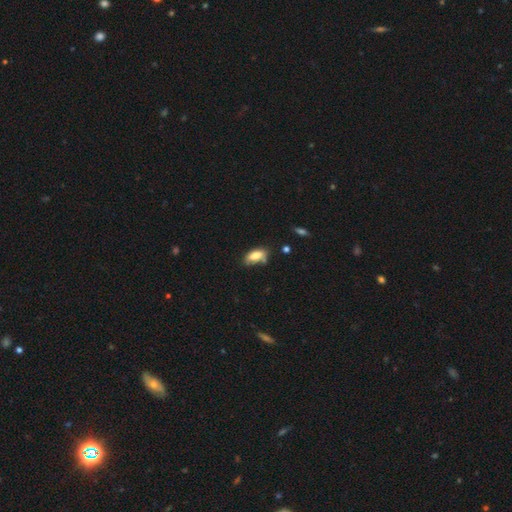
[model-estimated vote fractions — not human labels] Smooth or featured? smooth (79%)
How rounded? in between (87%)
Merging? none (55%)